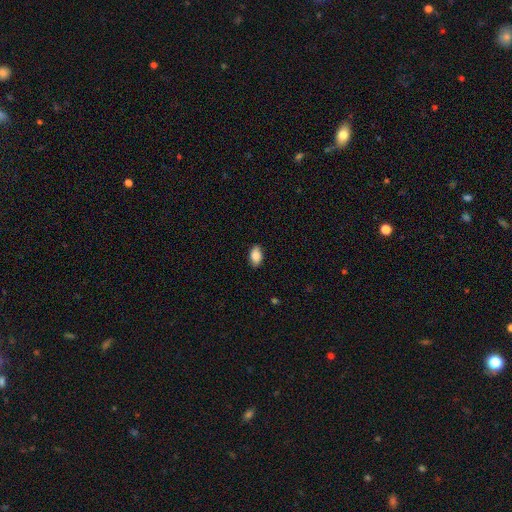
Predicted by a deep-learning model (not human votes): Smooth or featured? Predicted: smooth (p=0.88). How rounded? Predicted: in between (p=0.91). Merging? Predicted: none (p=0.85).